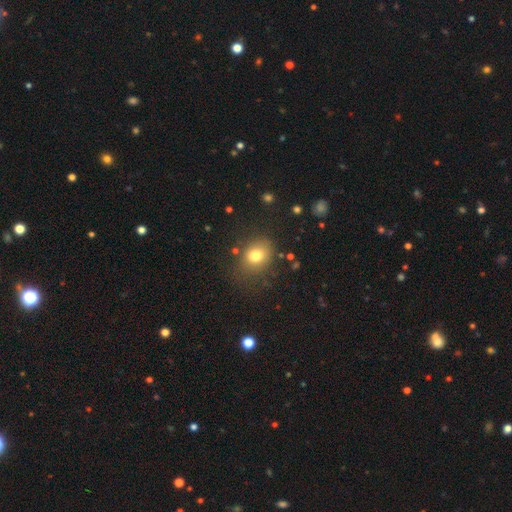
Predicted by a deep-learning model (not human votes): Smooth or featured?
  - smooth: 77% *
  - star or artifact: 12%
  - featured or disk: 11%
How rounded?
  - round: 52% *
  - in between: 47%
  - cigar-shaped: 1%
Merging?
  - none: 71% *
  - minor disturbance: 18%
  - major disturbance: 8%
  - merger: 3%